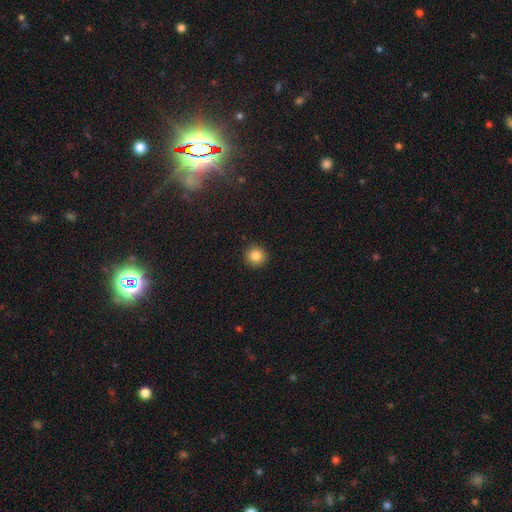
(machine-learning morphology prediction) smooth-or-featured: smooth: 84% | star or artifact: 11% | featured or disk: 6%
  how-rounded: round: 95% | in between: 4% | cigar-shaped: 1%
  merging: none: 92% | minor disturbance: 5% | major disturbance: 2% | merger: 1%